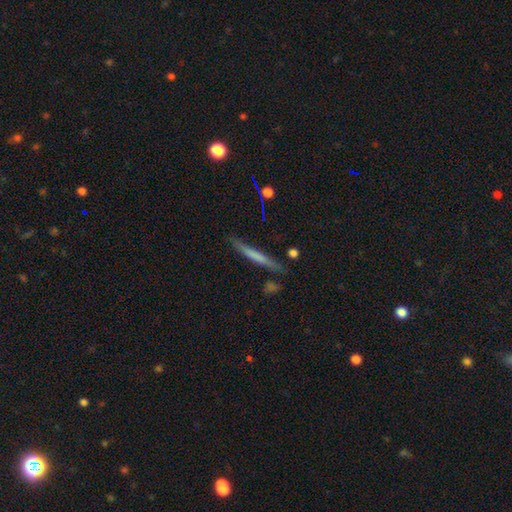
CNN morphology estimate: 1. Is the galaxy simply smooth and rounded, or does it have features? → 56% smooth, 38% featured or disk, 7% star or artifact.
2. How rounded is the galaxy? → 96% cigar-shaped, 3% in between, 2% round.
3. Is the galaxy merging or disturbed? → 84% none, 11% minor disturbance, 3% merger, 2% major disturbance.